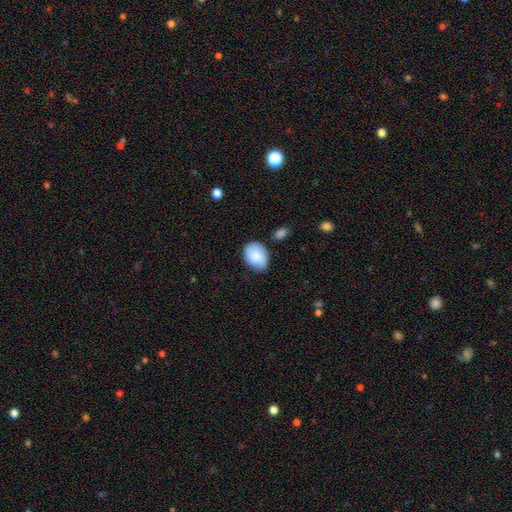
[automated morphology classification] smooth 83%, featured or disk 11%, star or artifact 7%. Down the decision tree: how rounded — in between (69%); merging — none (71%).